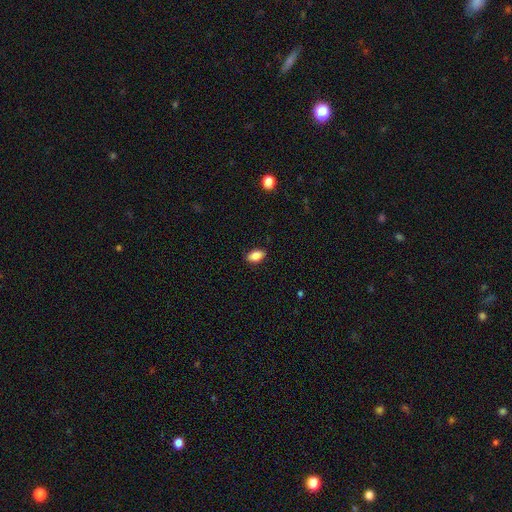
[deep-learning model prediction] smooth_or_featured: smooth (p=0.86) [alt: star or artifact p=0.08]
how_rounded: in between (p=0.91) [alt: round p=0.06]
merging: none (p=0.88) [alt: minor disturbance p=0.09]